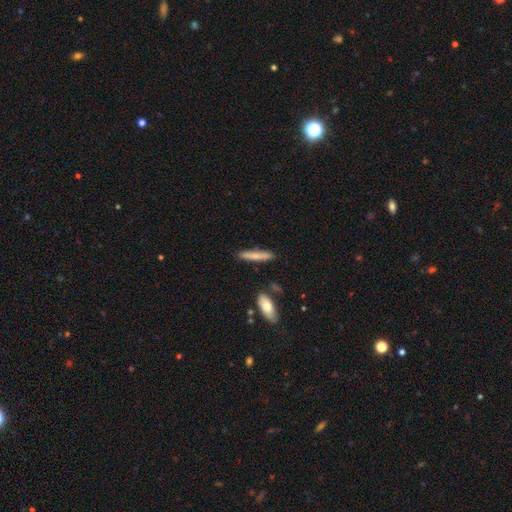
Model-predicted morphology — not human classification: The model was most divided on "smooth or featured": smooth: 73%, featured or disk: 22%, star or artifact: 6%. More confident: how rounded — cigar-shaped (90%); merging — none (86%).